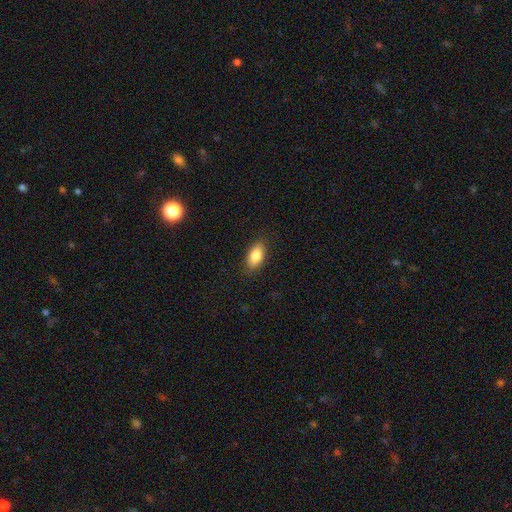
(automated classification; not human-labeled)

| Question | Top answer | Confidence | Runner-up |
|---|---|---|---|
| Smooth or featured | smooth | 84% | featured or disk (9%) |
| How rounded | in between | 88% | cigar-shaped (8%) |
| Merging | none | 87% | minor disturbance (10%) |